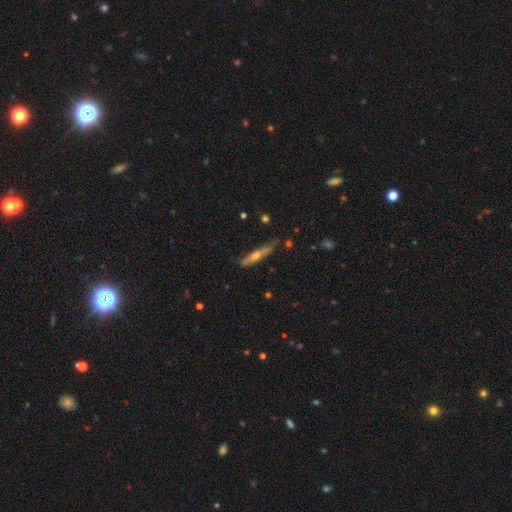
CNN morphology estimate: Overall: featured or disk (54%; smooth 39%). Edge-on disk: yes (91%). Merging: none (75%).